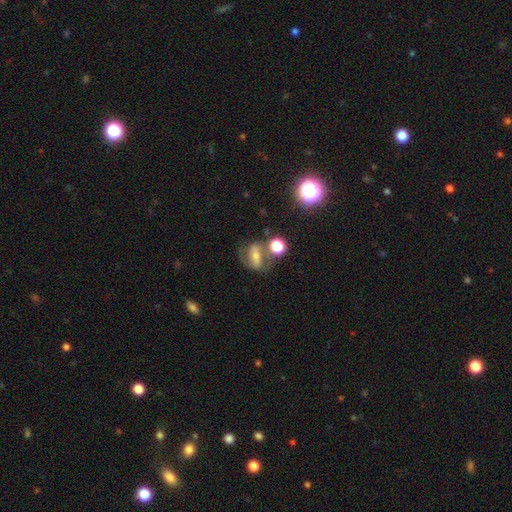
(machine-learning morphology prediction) Smooth or featured: featured or disk — 51% (smooth — 34%)
Edge-on disk: no — 93% (yes — 7%)
Merging: none — 52% (merger — 20%)